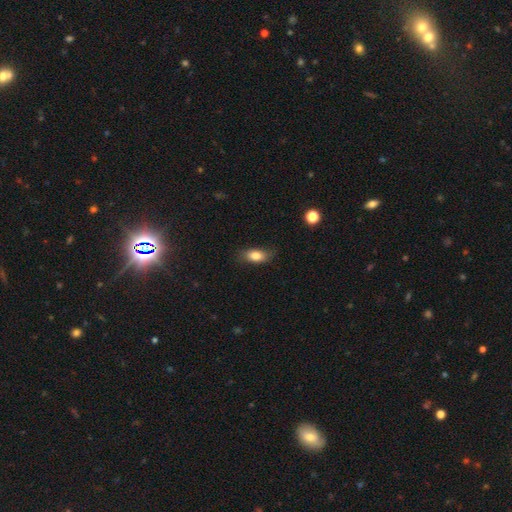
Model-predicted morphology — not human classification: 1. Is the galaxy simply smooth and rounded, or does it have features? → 82% smooth, 10% featured or disk, 8% star or artifact.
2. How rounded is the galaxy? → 85% in between, 8% cigar-shaped, 7% round.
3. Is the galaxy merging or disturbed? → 79% none, 16% minor disturbance, 4% major disturbance, 1% merger.